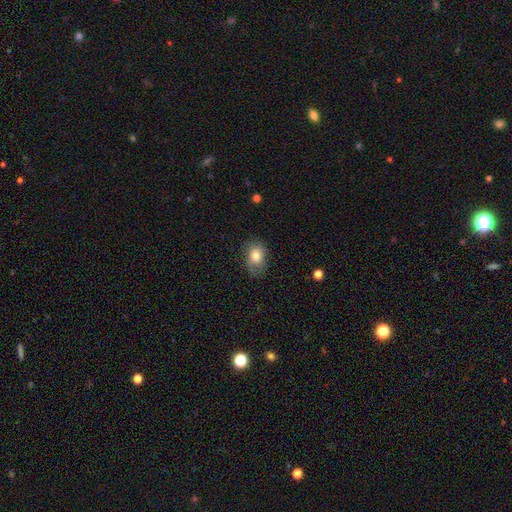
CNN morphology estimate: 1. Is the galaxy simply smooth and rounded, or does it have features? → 76% smooth, 15% featured or disk, 8% star or artifact.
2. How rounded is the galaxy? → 75% in between, 24% round, 1% cigar-shaped.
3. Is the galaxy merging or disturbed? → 69% none, 23% minor disturbance, 7% major disturbance, 1% merger.